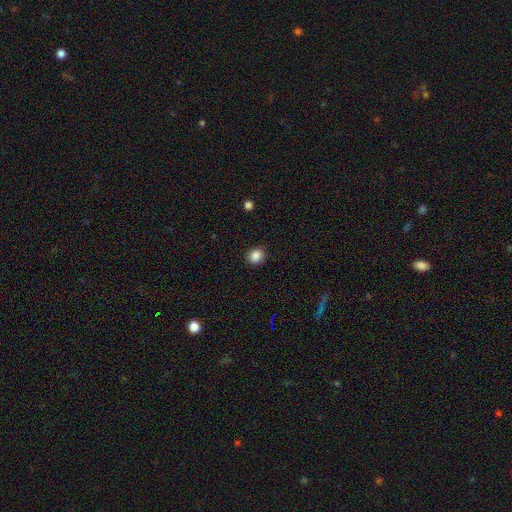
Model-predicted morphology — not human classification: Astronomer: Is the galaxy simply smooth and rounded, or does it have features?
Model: smooth — 86%.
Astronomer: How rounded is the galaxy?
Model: round — 82%.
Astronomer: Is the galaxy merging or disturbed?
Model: none — 88%.